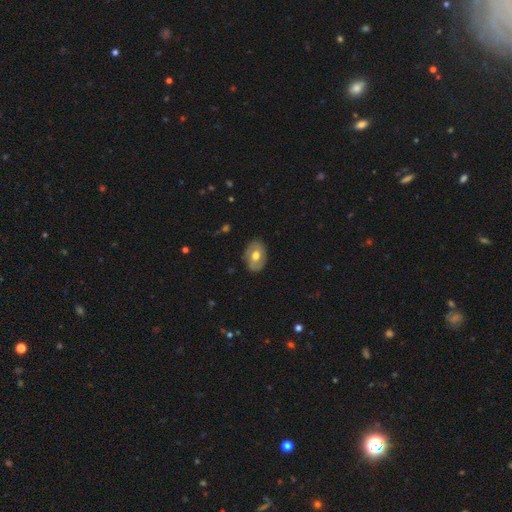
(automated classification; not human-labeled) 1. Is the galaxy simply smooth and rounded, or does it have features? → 47% smooth (tied), 47% featured or disk (tied), 6% star or artifact.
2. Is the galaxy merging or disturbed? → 81% none, 14% minor disturbance, 3% major disturbance, 1% merger.